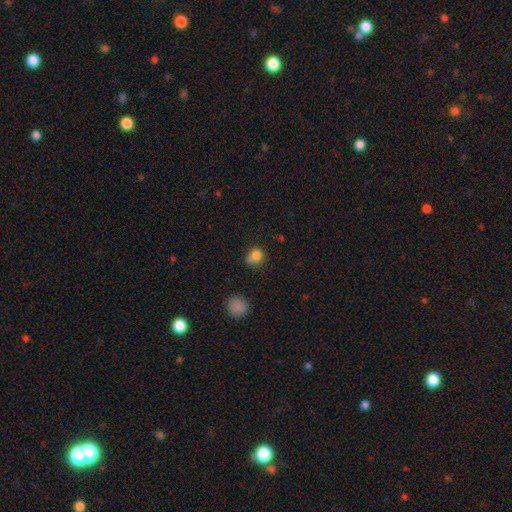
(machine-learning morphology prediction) type=smooth (80%); roundness=round (71%); merging=none (47%).